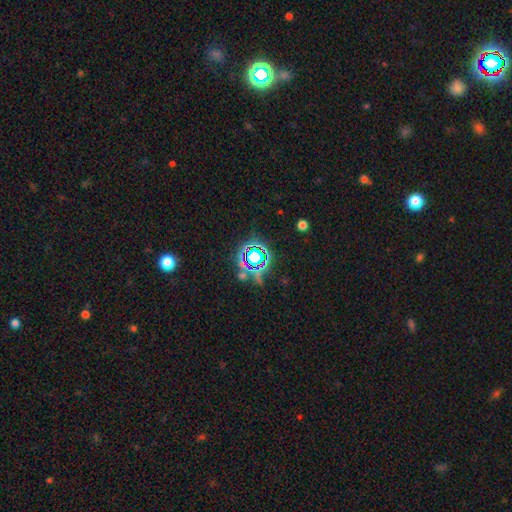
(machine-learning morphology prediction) This is likely a star or artifact rather than a galaxy (71%).